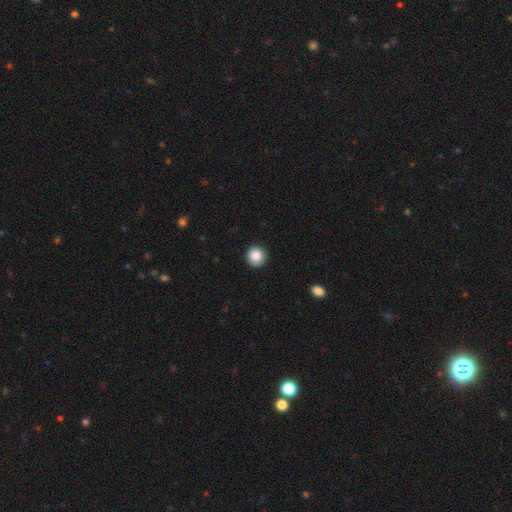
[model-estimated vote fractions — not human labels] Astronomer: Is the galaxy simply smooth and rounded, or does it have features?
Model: smooth — 86%.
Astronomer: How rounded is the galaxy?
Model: round — 90%.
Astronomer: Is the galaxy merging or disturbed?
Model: none — 92%.